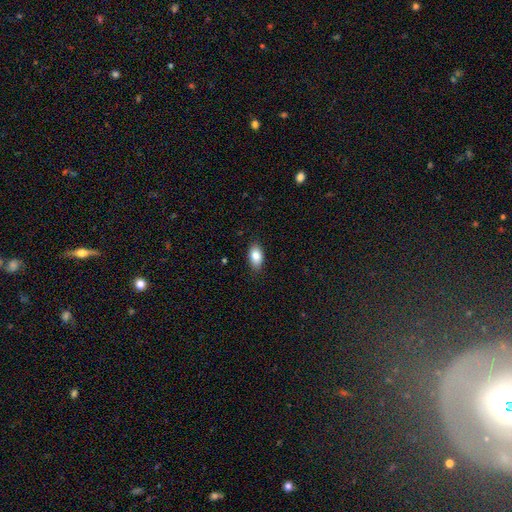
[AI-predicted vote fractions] Morphology: type=smooth (85%); roundness=in between (91%); merging=none (86%).